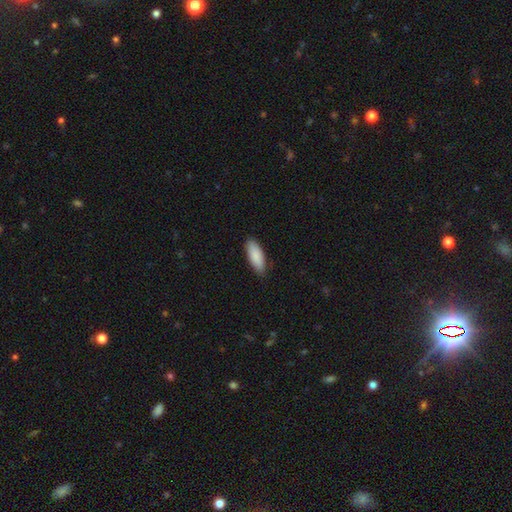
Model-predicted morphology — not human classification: Smooth or featured?
  - smooth: 88% *
  - featured or disk: 7%
  - star or artifact: 5%
How rounded?
  - in between: 75% *
  - cigar-shaped: 24%
  - round: 2%
Merging?
  - none: 84% *
  - minor disturbance: 13%
  - major disturbance: 2%
  - merger: 1%